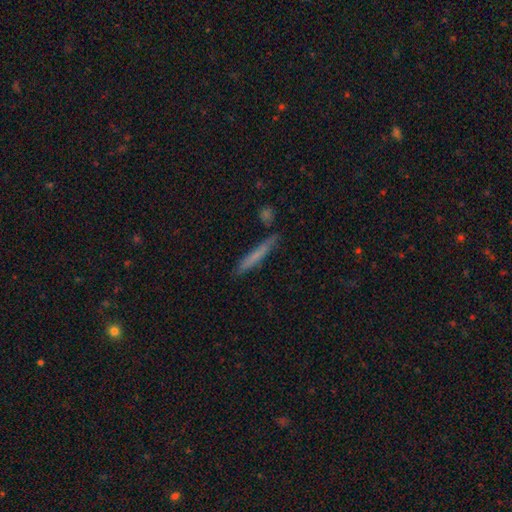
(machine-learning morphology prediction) Smooth or featured? Predicted: smooth (p=0.64). How rounded? Predicted: cigar-shaped (p=0.95). Merging? Predicted: none (p=0.80).